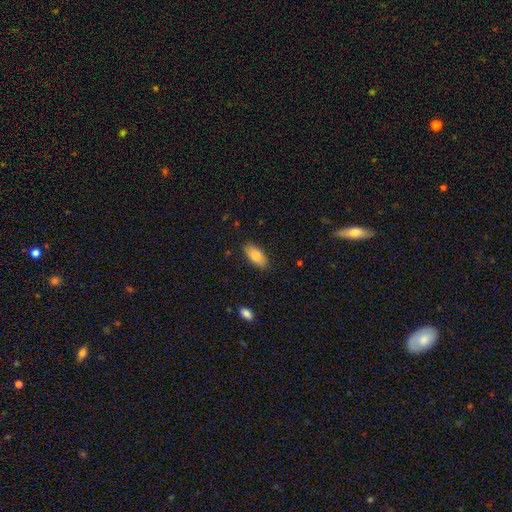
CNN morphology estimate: Smooth or featured?
  - smooth: 87% *
  - featured or disk: 7%
  - star or artifact: 6%
How rounded?
  - in between: 89% *
  - cigar-shaped: 9%
  - round: 2%
Merging?
  - none: 84% *
  - minor disturbance: 12%
  - major disturbance: 3%
  - merger: 1%